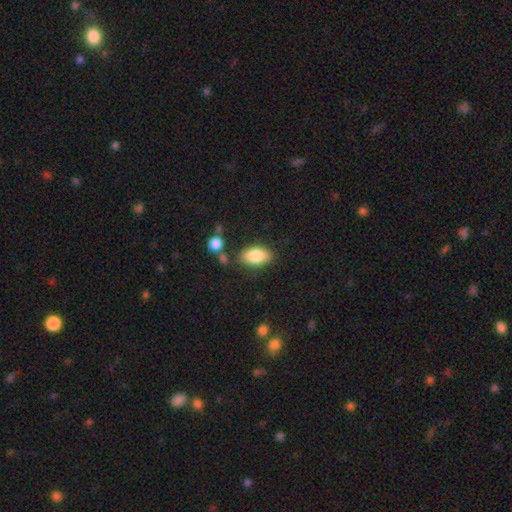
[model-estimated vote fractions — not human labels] A smooth galaxy with no disk features (85%) that is in between round and cigar-shaped (91%).

Vote fractions:
- Smooth or featured? smooth: 85% / featured or disk: 8% / star or artifact: 7%
- How rounded? in between: 91% / round: 6% / cigar-shaped: 3%
- Merging? none: 77% / minor disturbance: 14% / merger: 5% / major disturbance: 4%